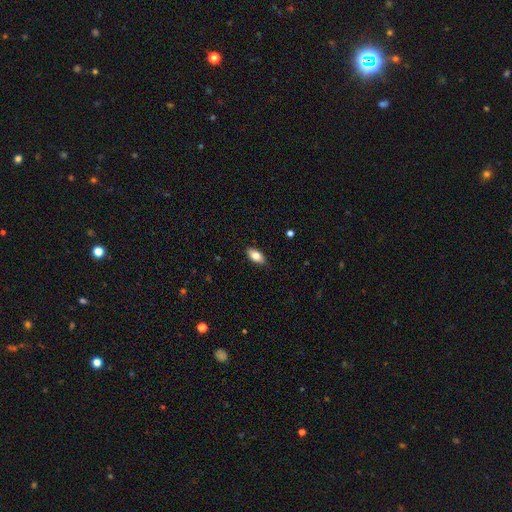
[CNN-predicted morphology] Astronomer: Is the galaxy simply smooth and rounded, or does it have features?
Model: smooth — 78%.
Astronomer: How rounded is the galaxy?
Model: in between — 89%.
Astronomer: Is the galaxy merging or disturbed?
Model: none — 86%.